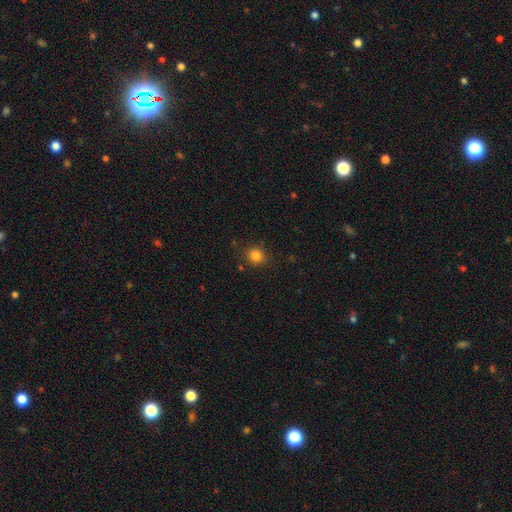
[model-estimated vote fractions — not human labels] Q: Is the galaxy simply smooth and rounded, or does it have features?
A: smooth — 83%.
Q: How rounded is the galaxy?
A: round — 87%.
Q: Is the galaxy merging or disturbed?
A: none — 88%.